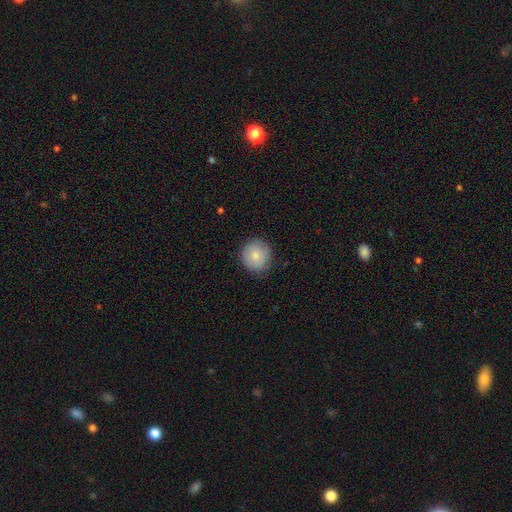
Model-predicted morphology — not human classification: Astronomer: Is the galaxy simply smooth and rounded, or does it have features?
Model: smooth — 78%.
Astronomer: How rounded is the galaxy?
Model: round — 91%.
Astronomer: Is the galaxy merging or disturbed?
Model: none — 82%.